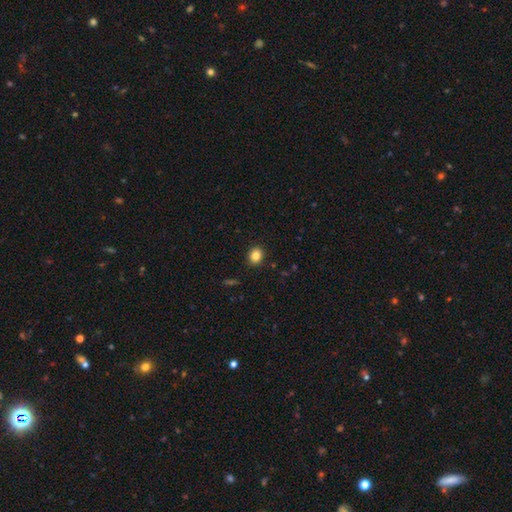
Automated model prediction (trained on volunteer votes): A smooth galaxy with no disk features (83%) that is round (67%). Merging: none (91%).